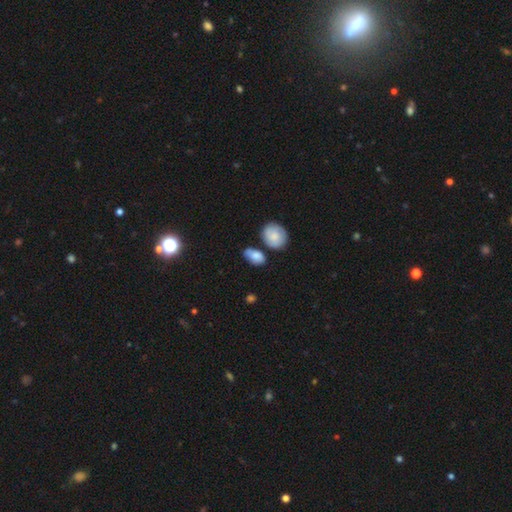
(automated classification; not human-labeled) smooth-or-featured: smooth: 79% | featured or disk: 13% | star or artifact: 7%
  how-rounded: in between: 81% | round: 16% | cigar-shaped: 3%
  merging: none: 56% | minor disturbance: 25% | merger: 13% | major disturbance: 6%